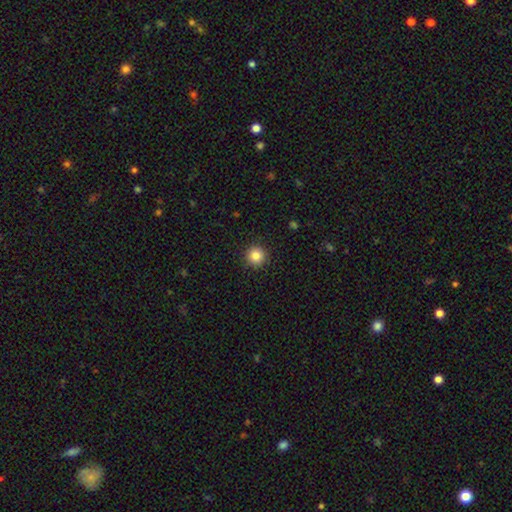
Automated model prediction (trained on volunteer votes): Smooth or featured: smooth — 85% (star or artifact — 11%)
How rounded: round — 95% (in between — 4%)
Merging: none — 92% (minor disturbance — 5%)